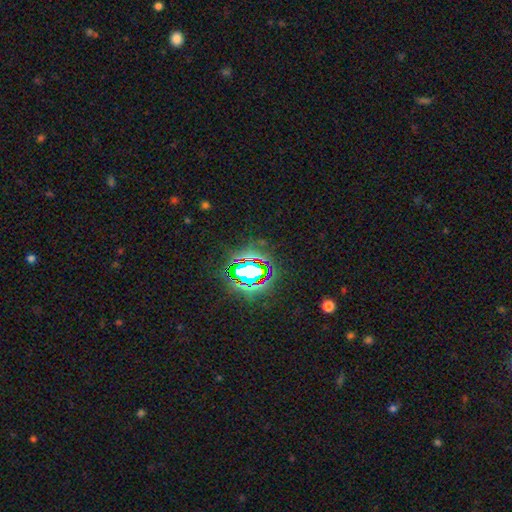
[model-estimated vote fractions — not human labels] Smooth or featured?
  - star or artifact: 82% *
  - smooth: 10%
  - featured or disk: 8%